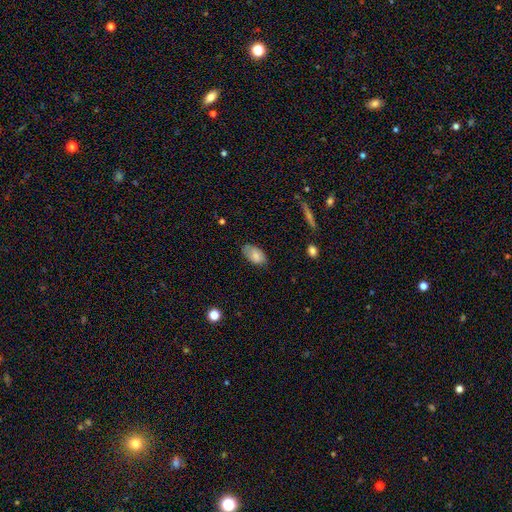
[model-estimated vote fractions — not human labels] smooth 80%, featured or disk 13%, star or artifact 7%. Down the decision tree: how rounded — in between (93%); merging — none (70%).